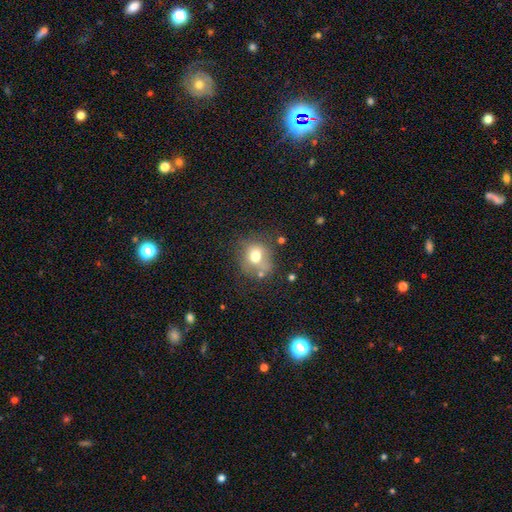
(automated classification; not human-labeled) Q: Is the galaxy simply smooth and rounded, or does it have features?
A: smooth — 69%.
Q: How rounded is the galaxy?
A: round — 70%.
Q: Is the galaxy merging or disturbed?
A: none — 54%.